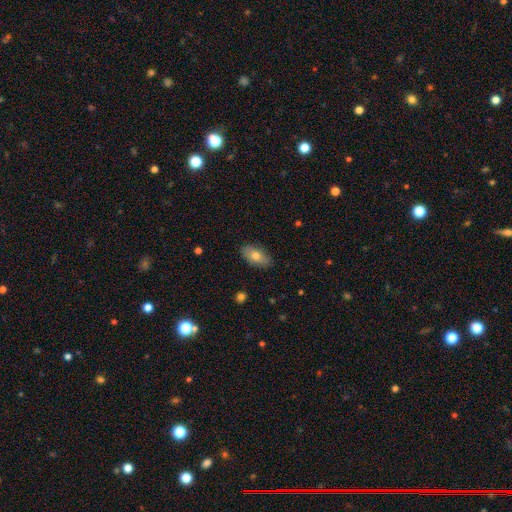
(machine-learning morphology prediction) Q: Smooth or featured?
A: smooth (72%); runner-up: featured or disk (21%)
Q: How rounded?
A: in between (91%); runner-up: cigar-shaped (5%)
Q: Merging?
A: none (86%); runner-up: minor disturbance (11%)